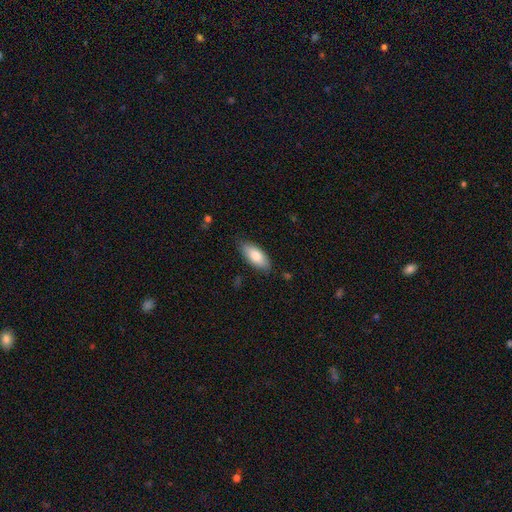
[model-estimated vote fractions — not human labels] Smooth or featured? Predicted: smooth (p=0.81). How rounded? Predicted: in between (p=0.86). Merging? Predicted: none (p=0.83).